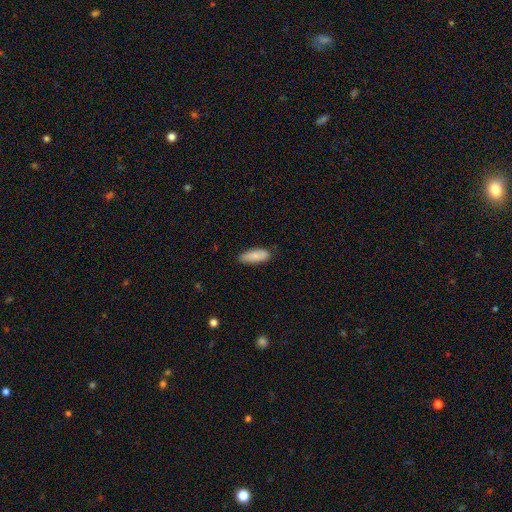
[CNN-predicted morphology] Q: Smooth or featured?
A: smooth (84%); runner-up: featured or disk (9%)
Q: How rounded?
A: in between (74%); runner-up: cigar-shaped (24%)
Q: Merging?
A: none (80%); runner-up: minor disturbance (17%)